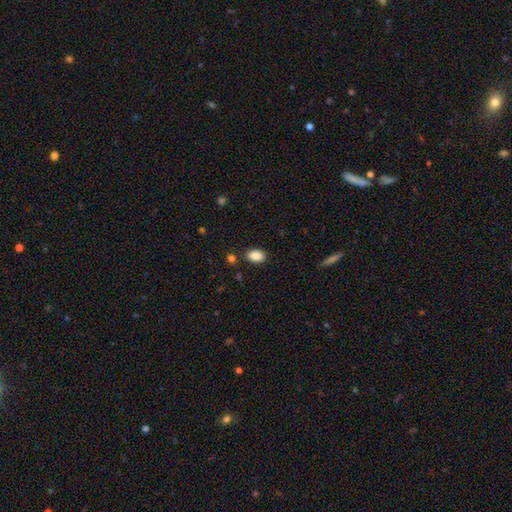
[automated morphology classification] type=smooth (89%); roundness=in between (86%); merging=none (86%).